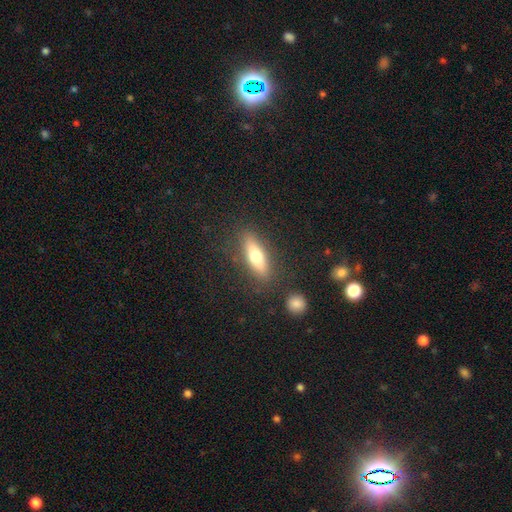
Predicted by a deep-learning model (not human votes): Q: Smooth or featured?
A: smooth (58%); runner-up: featured or disk (35%)
Q: How rounded?
A: cigar-shaped (61%); runner-up: in between (37%)
Q: Merging?
A: none (84%); runner-up: minor disturbance (10%)